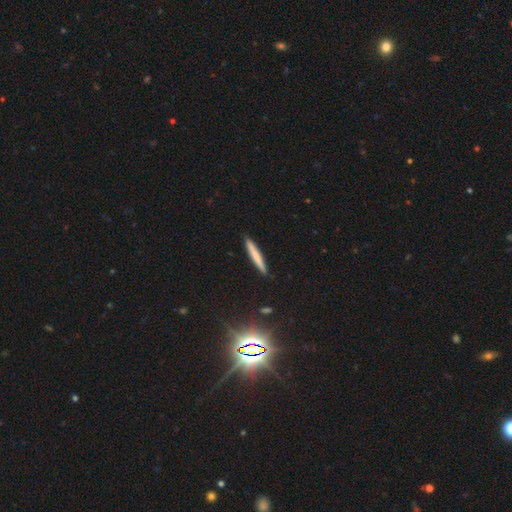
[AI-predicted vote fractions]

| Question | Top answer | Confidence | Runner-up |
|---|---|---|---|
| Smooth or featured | smooth | 70% | featured or disk (24%) |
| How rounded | cigar-shaped | 96% | in between (3%) |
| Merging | none | 91% | minor disturbance (7%) |